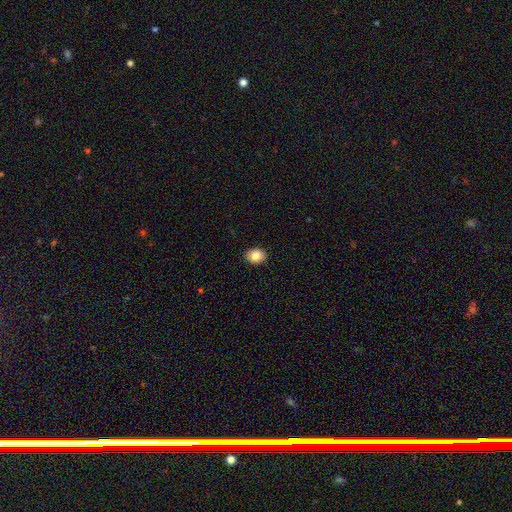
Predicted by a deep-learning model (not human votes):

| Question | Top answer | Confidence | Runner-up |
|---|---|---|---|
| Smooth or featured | smooth | 84% | star or artifact (9%) |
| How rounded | in between | 57% | round (42%) |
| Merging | none | 91% | minor disturbance (6%) |